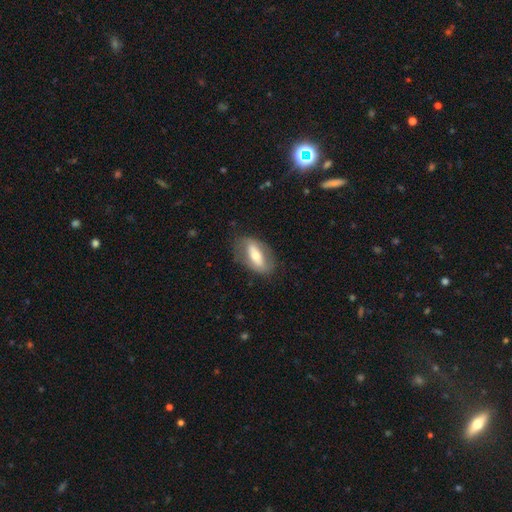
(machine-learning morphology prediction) Smooth or featured? featured or disk (49%)
Merging? none (75%)